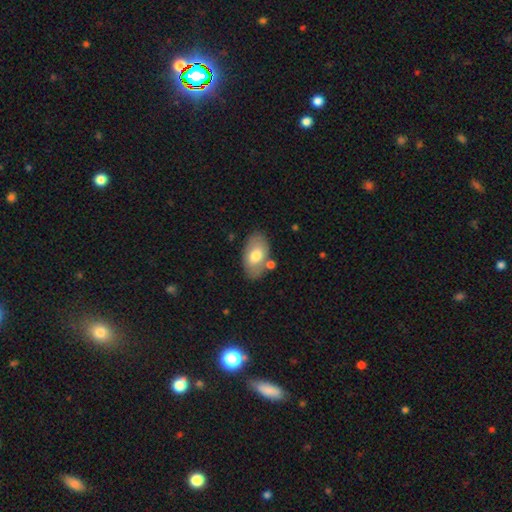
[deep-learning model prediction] Overall: smooth (69%). How rounded: in between (93%). Merging: none (72%).